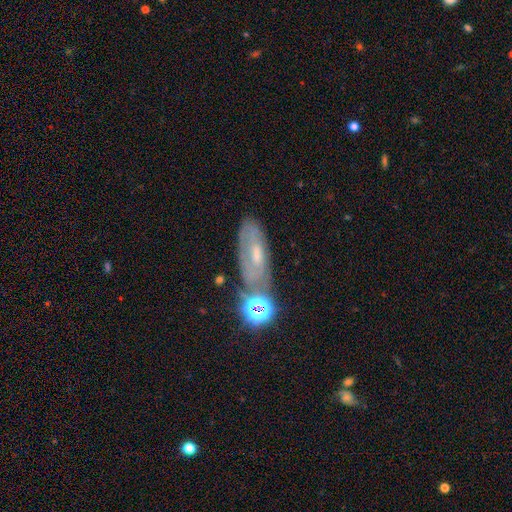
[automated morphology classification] featured or disk 57%, smooth 25%, star or artifact 18%. Down the decision tree: edge-on disk — no (84%); merging — none (64%).